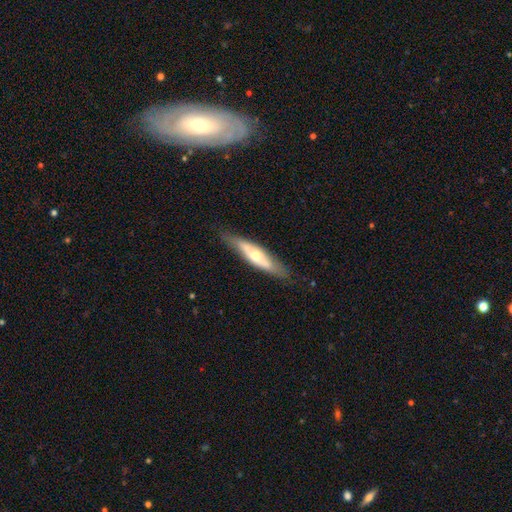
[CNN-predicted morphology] The model was most divided on "smooth or featured": featured or disk: 51%, smooth: 43%, star or artifact: 5%. More confident: merging — none (81%); edge-on disk — yes (70%).